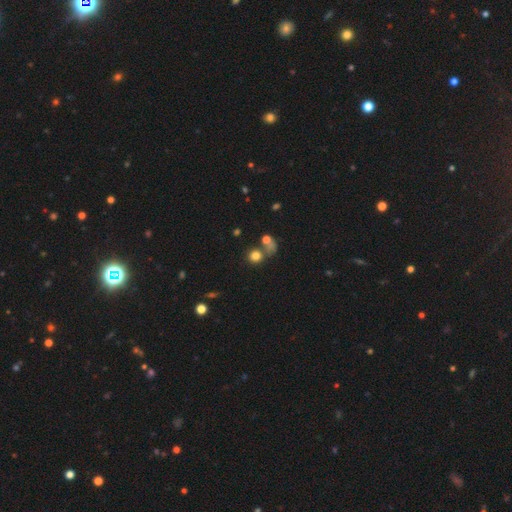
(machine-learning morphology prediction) Smooth or featured? smooth (76%)
How rounded? round (86%)
Merging? none (56%)